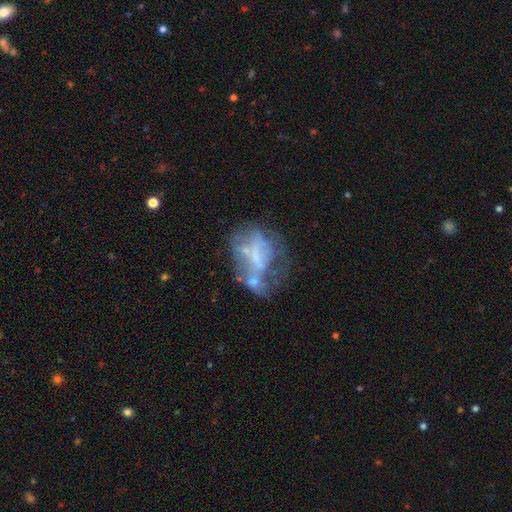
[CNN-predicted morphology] This appears to be a featured or disk galaxy (60%) with no bar (70%), no spiral arms (82%) and no central bulge (54%). Merging: none (33%).